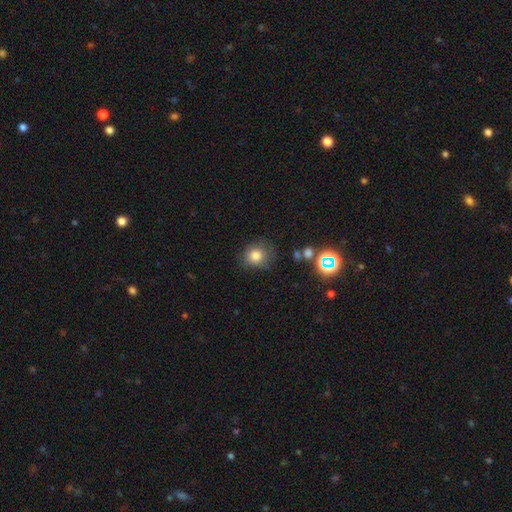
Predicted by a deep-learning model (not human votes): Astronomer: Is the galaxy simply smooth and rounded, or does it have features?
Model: smooth — 80%.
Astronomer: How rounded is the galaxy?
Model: round — 79%.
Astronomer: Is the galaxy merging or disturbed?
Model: none — 75%.